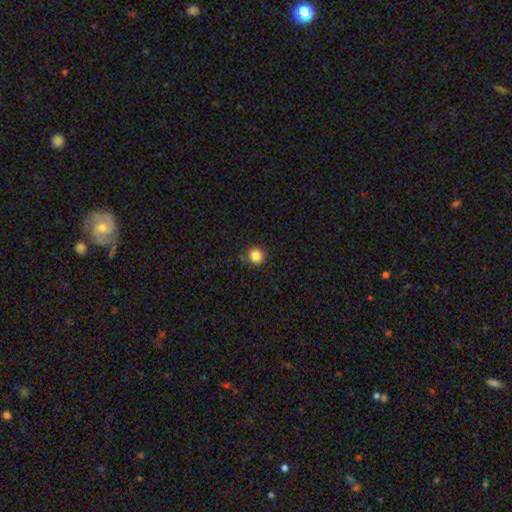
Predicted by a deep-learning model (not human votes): Overall: smooth (86%). How rounded: round (93%). Merging: none (87%).